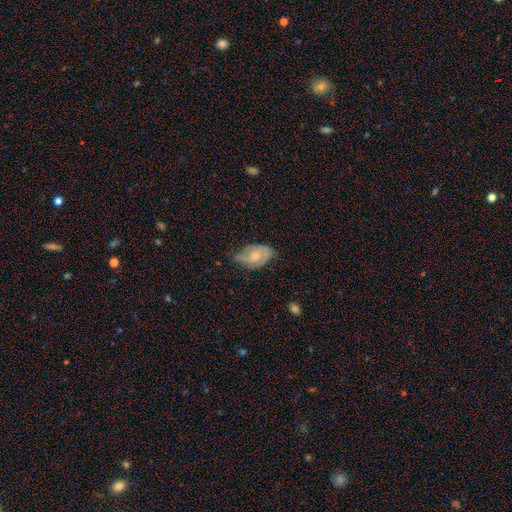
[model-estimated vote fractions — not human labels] Smooth or featured? featured or disk (61%)
Edge-on disk? no (96%)
Bar? no (73%)
Spiral arms? yes (84%)
Bulge size? moderate (48%)
Merging? none (54%)